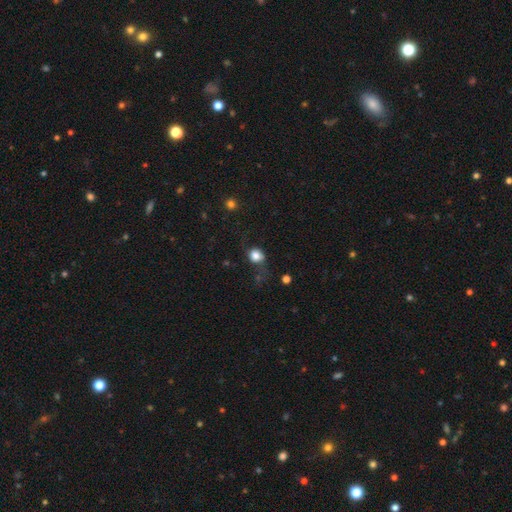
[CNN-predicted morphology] Smooth or featured? Predicted: smooth (p=0.79). How rounded? Predicted: round (p=0.74). Merging? Predicted: none (p=0.56).